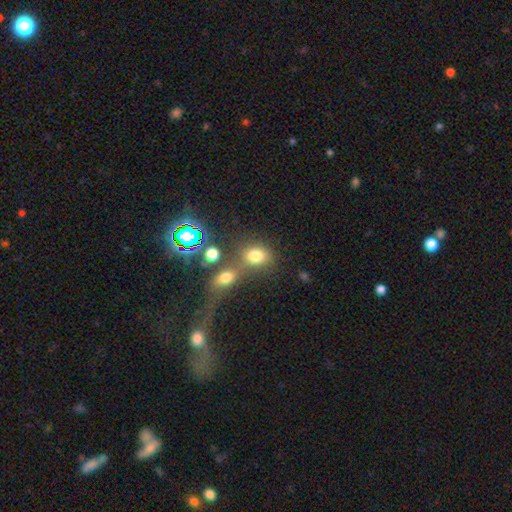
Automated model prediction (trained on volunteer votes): This appears to be a smooth galaxy with no disk features (73%) that is in between round and cigar-shaped (52%). Merging: none (47%).